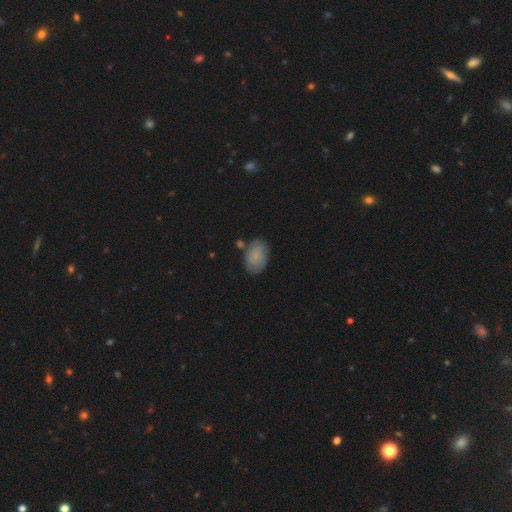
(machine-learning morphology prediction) Smooth or featured?
  - smooth: 76% *
  - featured or disk: 17%
  - star or artifact: 8%
How rounded?
  - in between: 89% *
  - round: 9%
  - cigar-shaped: 1%
Merging?
  - none: 71% *
  - minor disturbance: 18%
  - merger: 6%
  - major disturbance: 5%